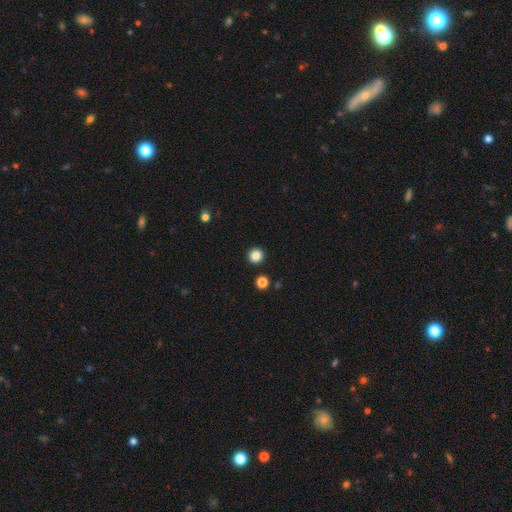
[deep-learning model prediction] This is clearly a smooth galaxy (85%). How rounded: clearly round (95%). Merging: clearly none (93%).